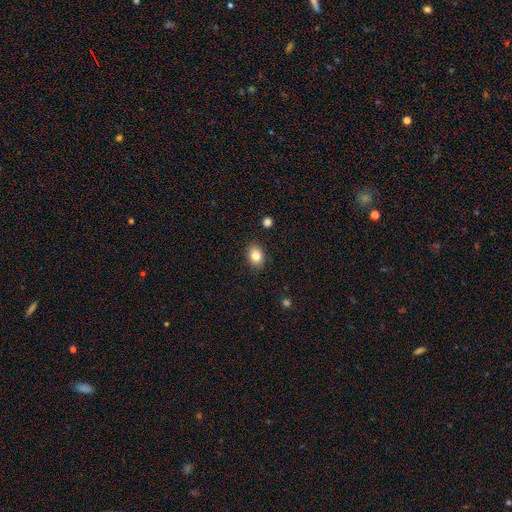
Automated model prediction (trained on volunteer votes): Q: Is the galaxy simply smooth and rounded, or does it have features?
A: smooth — 82%.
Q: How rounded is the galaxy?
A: in between — 67%.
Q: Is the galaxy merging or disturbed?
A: none — 87%.